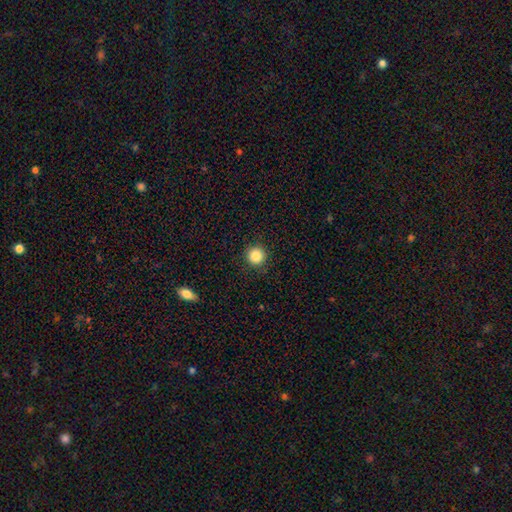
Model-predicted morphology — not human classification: smooth 86%, star or artifact 10%, featured or disk 4%. Down the decision tree: how rounded — round (96%); merging — none (92%).